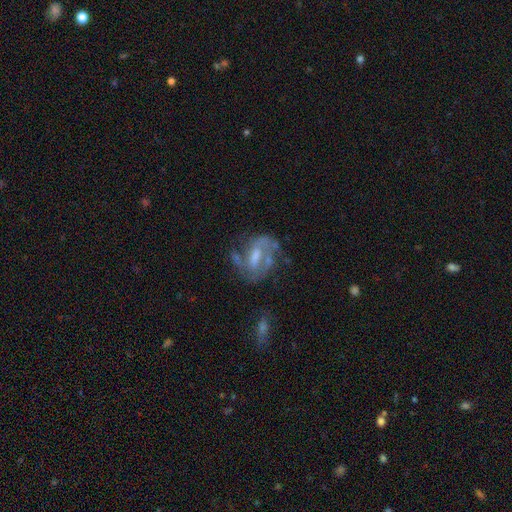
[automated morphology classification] smooth_or_featured: featured or disk (p=0.73) [alt: smooth p=0.18]
disk_edge_on: no (p=0.95) [alt: yes p=0.05]
bar: weak (p=0.46) [alt: no p=0.28]
has_spiral_arms: yes (p=0.77) [alt: no p=0.23]
spiral_winding: medium (p=0.46) [alt: tight p=0.29]
spiral_arm_count: 2 (p=0.58) [alt: can't tell p=0.23]
bulge_size: moderate (p=0.44) [alt: small p=0.30]
merging: none (p=0.51) [alt: minor disturbance p=0.22]